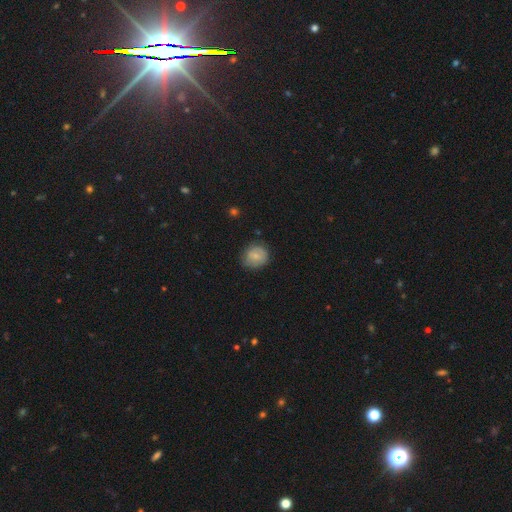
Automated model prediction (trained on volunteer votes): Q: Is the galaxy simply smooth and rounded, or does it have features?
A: smooth — 76%.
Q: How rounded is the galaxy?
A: round — 80%.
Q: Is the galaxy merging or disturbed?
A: none — 72%.